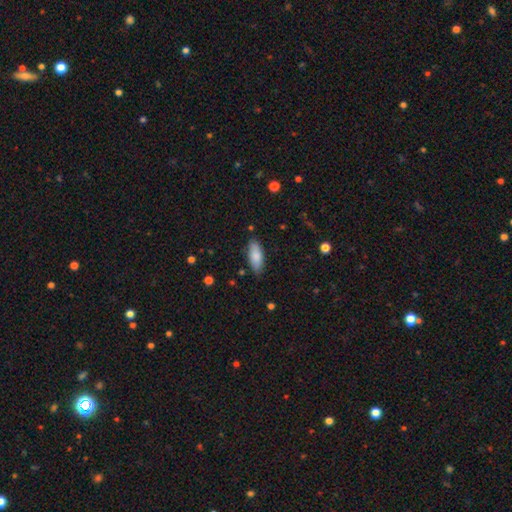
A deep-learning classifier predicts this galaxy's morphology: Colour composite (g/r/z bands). It shows a smooth galaxy with no disk features (84%) that is in between round and cigar-shaped (78%). Merging: none (83%).